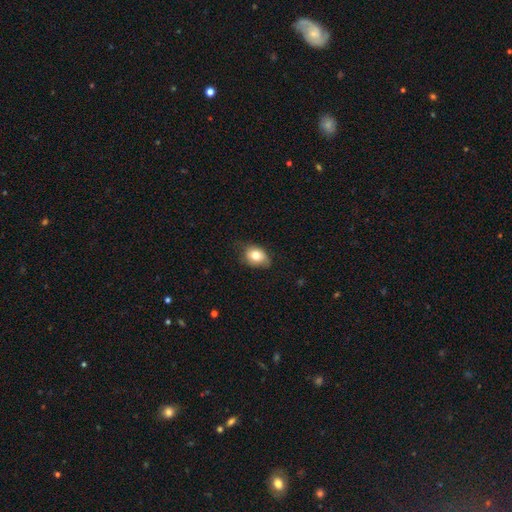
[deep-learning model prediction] smooth_or_featured: smooth (p=0.77) [alt: featured or disk p=0.14]
how_rounded: in between (p=0.67) [alt: round p=0.32]
merging: none (p=0.61) [alt: minor disturbance p=0.31]